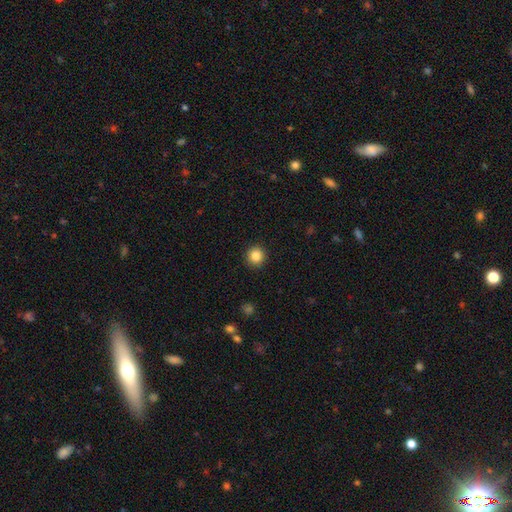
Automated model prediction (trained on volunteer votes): Q: Smooth or featured?
A: smooth (86%); runner-up: star or artifact (10%)
Q: How rounded?
A: round (94%); runner-up: in between (5%)
Q: Merging?
A: none (92%); runner-up: minor disturbance (5%)